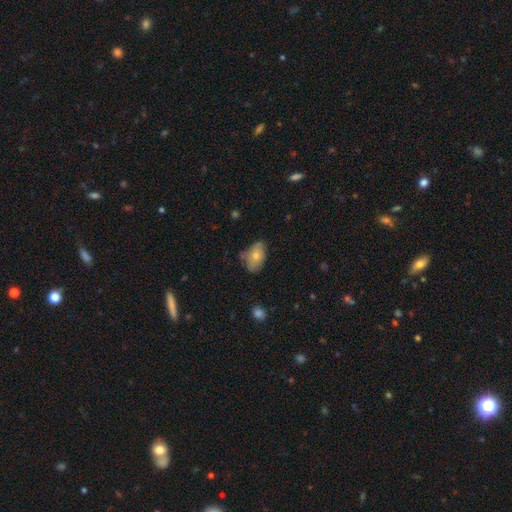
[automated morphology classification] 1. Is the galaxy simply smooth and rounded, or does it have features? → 70% smooth, 23% featured or disk, 7% star or artifact.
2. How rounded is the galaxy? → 89% in between, 9% round, 2% cigar-shaped.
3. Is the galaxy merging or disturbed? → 56% none, 33% minor disturbance, 8% major disturbance, 3% merger.